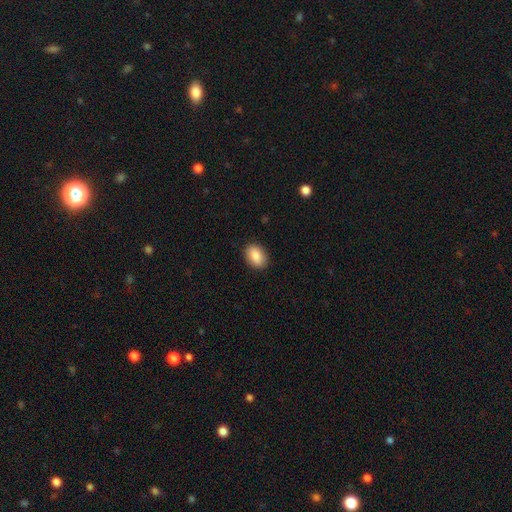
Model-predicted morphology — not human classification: smooth_or_featured: smooth (p=0.88) [alt: star or artifact p=0.07]
how_rounded: in between (p=0.83) [alt: round p=0.16]
merging: none (p=0.89) [alt: minor disturbance p=0.08]